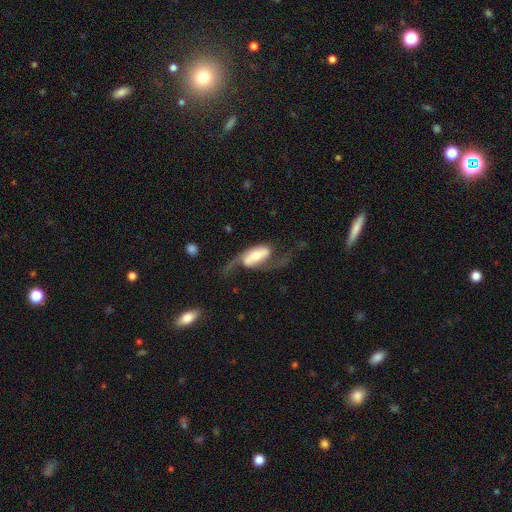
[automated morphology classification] The model was most divided on "merging": none: 43%, major disturbance: 35%, minor disturbance: 18%, merger: 4%. Remaining: edge-on disk — no (90%); spiral arms — yes (89%); spiral arm count — 2 (86%); smooth or featured — featured or disk (76%); spiral winding — loose (71%); bulge size — moderate (46%); bar — strong (42%).